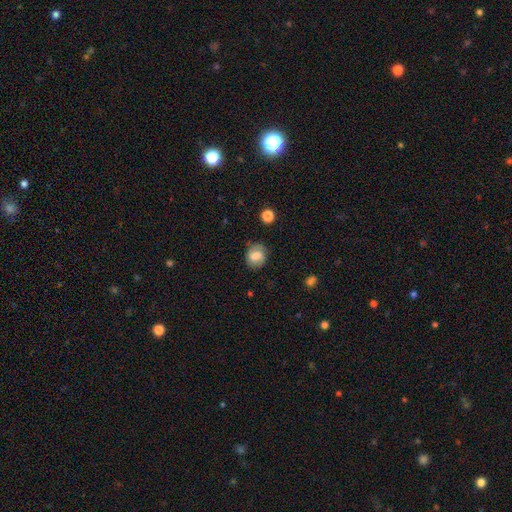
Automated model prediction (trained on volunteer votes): The model was most divided on "smooth or featured": smooth: 58%, featured or disk: 33%, star or artifact: 9%. More confident: merging — none (74%); how rounded — round (69%).